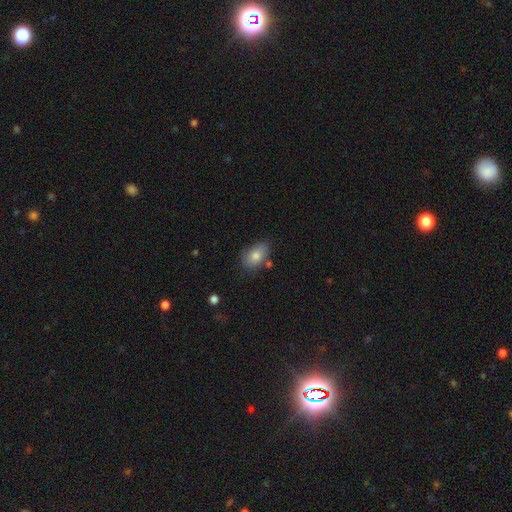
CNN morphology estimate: This appears to be a smooth galaxy with no disk features (80%) that is in between round and cigar-shaped (87%). Merging: none (67%).